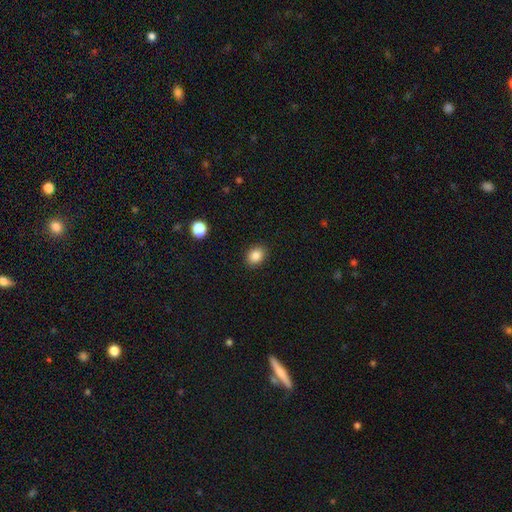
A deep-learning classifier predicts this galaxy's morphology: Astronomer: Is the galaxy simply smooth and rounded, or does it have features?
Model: smooth — 86%.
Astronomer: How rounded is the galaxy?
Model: in between — 60% (runner-up: round, 39%).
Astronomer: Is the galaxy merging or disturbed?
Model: none — 89%.